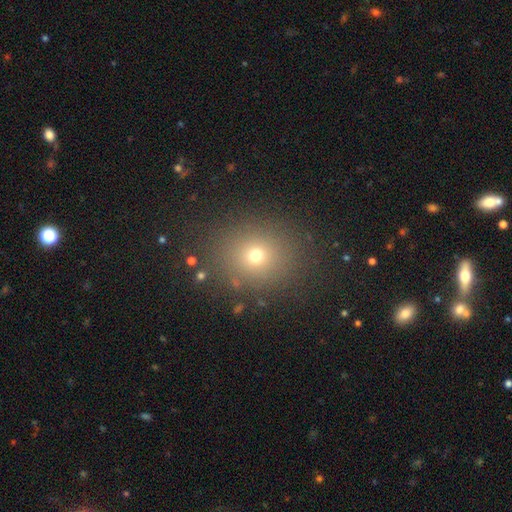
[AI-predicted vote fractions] A smooth galaxy with no disk features (68%) that is round (78%).

Vote fractions:
- Smooth or featured? smooth: 68% / star or artifact: 22% / featured or disk: 10%
- How rounded? round: 78% / in between: 21% / cigar-shaped: 1%
- Merging? none: 85% / minor disturbance: 8% / major disturbance: 4% / merger: 2%